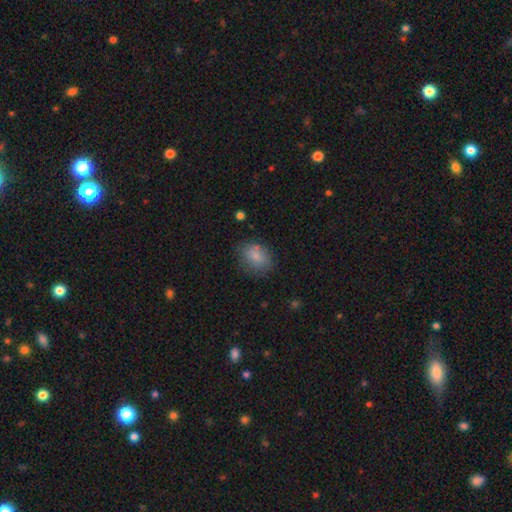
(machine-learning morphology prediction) smooth_or_featured: smooth (p=0.81) [alt: featured or disk p=0.10]
how_rounded: in between (p=0.70) [alt: round p=0.29]
merging: none (p=0.71) [alt: minor disturbance p=0.20]